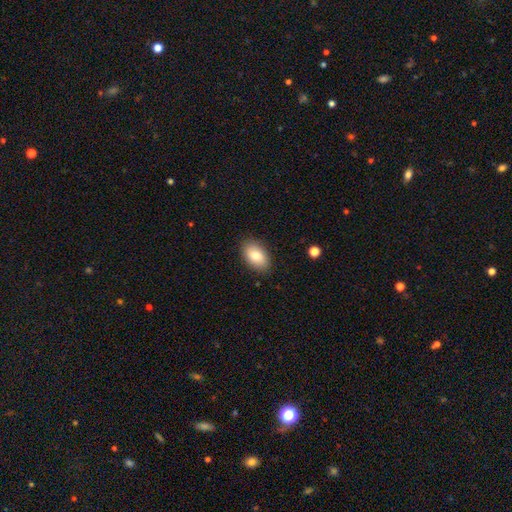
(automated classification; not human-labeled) A smooth galaxy with no disk features (82%) that is in between round and cigar-shaped (91%).

Vote fractions:
- Smooth or featured? smooth: 82% / featured or disk: 10% / star or artifact: 7%
- How rounded? in between: 91% / round: 7% / cigar-shaped: 1%
- Merging? none: 87% / minor disturbance: 10% / major disturbance: 2% / merger: 1%